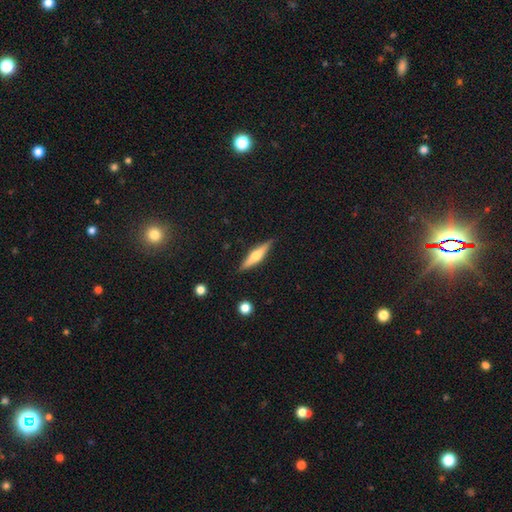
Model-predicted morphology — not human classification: Smooth or featured: featured or disk — 63% (smooth — 31%)
Edge-on disk: yes — 96% (no — 4%)
Edge-on bulge: rounded — 92% (boxy — 5%)
Merging: none — 88% (minor disturbance — 9%)